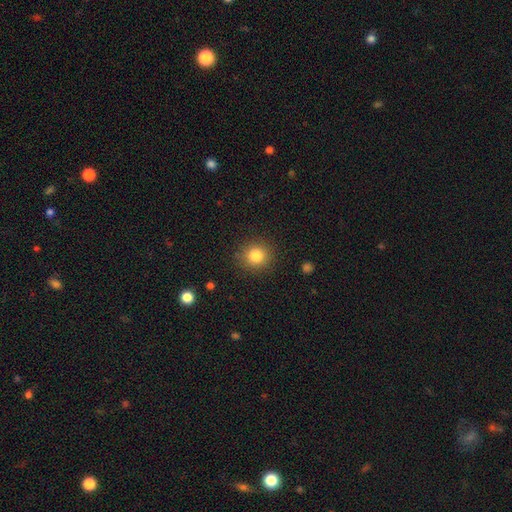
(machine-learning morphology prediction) Smooth or featured? Predicted: smooth (p=0.82). How rounded? Predicted: round (p=0.89). Merging? Predicted: none (p=0.88).